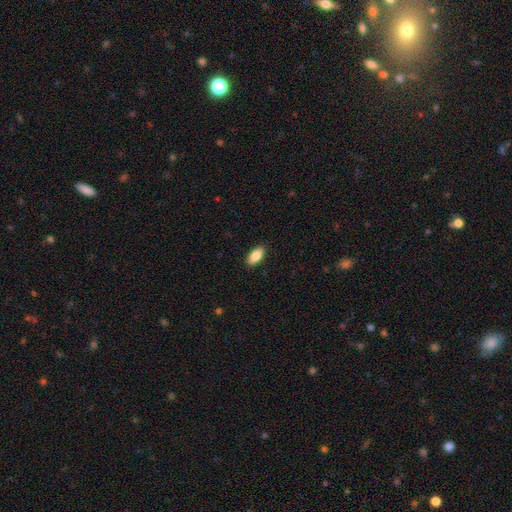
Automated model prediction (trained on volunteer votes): smooth 86%, featured or disk 8%, star or artifact 6%. Down the decision tree: how rounded — in between (90%); merging — none (89%).